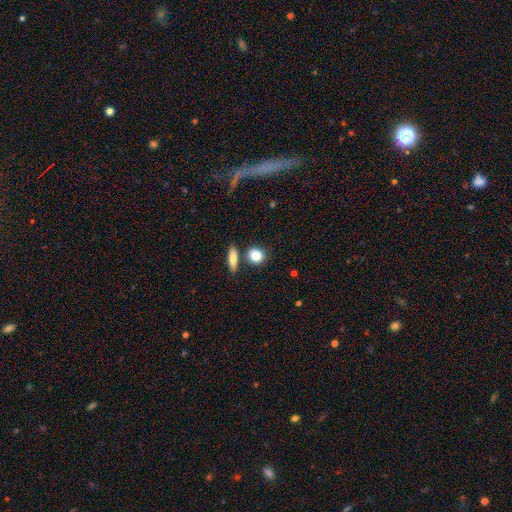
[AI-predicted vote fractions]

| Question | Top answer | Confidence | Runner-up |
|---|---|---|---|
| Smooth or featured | smooth | 85% | featured or disk (8%) |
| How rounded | round | 61% | in between (34%) |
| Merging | none | 71% | merger (14%) |